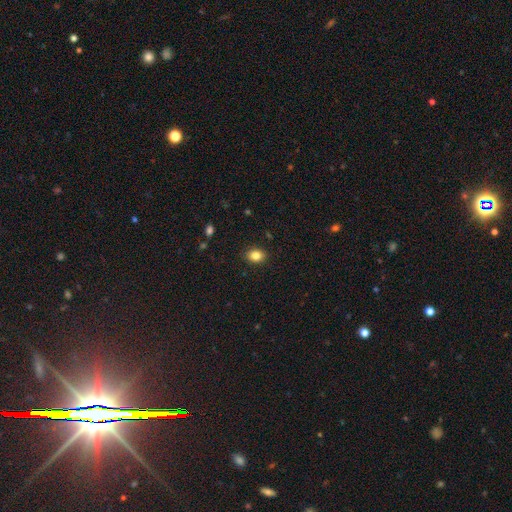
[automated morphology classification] This appears to be a smooth galaxy with no disk features (85%) that is in between round and cigar-shaped (64%). Merging: none (89%).